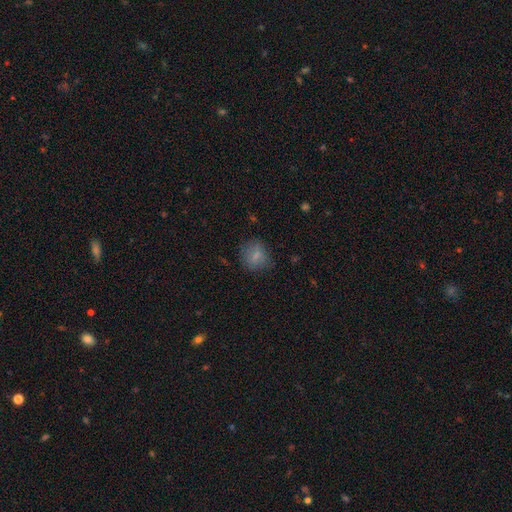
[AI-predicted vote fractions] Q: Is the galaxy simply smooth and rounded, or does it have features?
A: smooth — 77%.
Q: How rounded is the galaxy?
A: round — 70%.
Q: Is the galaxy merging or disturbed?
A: none — 77%.